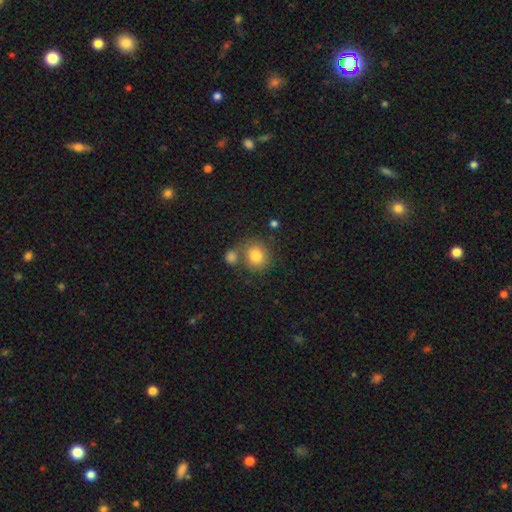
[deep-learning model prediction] Smooth or featured: smooth — 81% (star or artifact — 10%)
How rounded: round — 84% (in between — 15%)
Merging: none — 60% (merger — 25%)